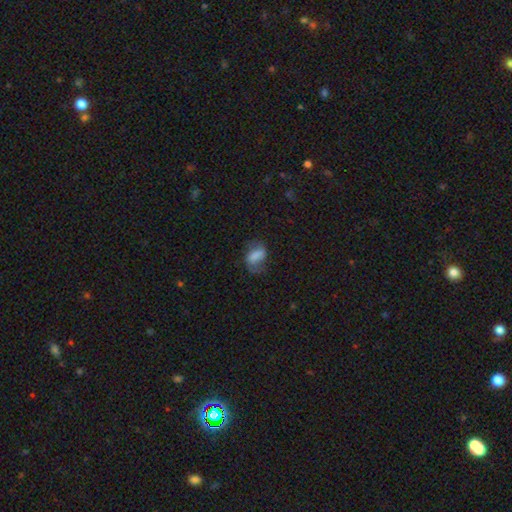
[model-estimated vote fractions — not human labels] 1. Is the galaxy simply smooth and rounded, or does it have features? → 63% smooth, 27% featured or disk, 10% star or artifact.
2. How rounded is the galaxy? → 83% in between, 13% round, 3% cigar-shaped.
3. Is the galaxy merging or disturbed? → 50% none, 27% minor disturbance, 21% major disturbance, 2% merger.